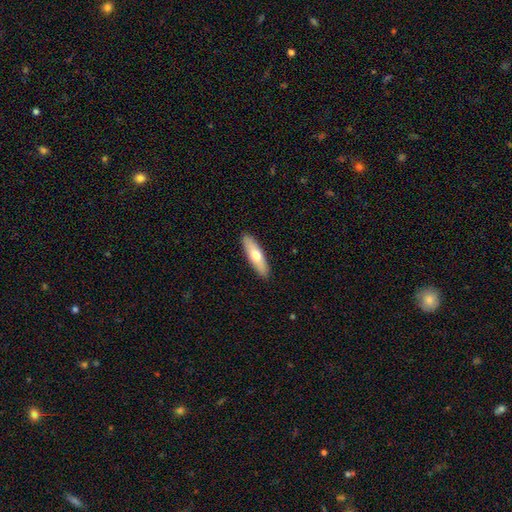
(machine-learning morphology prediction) A smooth galaxy with no disk features (62%) that is cigar-shaped (62%).

Vote fractions:
- Smooth or featured? smooth: 62% / featured or disk: 33% / star or artifact: 5%
- How rounded? cigar-shaped: 62% / in between: 36% / round: 2%
- Merging? none: 90% / minor disturbance: 7% / major disturbance: 2% / merger: 1%